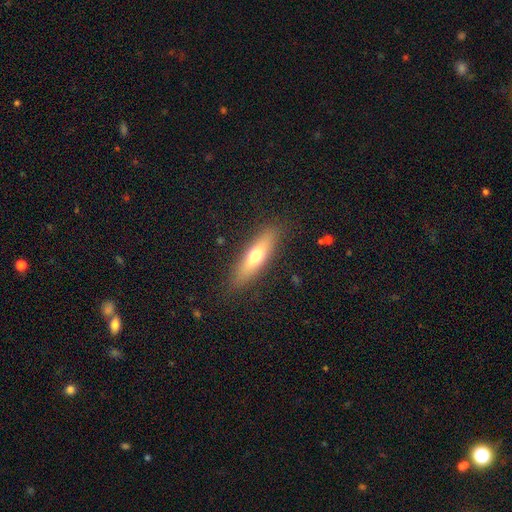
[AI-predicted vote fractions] smooth_or_featured: smooth (p=0.57) [alt: featured or disk p=0.36]
how_rounded: cigar-shaped (p=0.65) [alt: in between p=0.32]
merging: none (p=0.86) [alt: minor disturbance p=0.10]